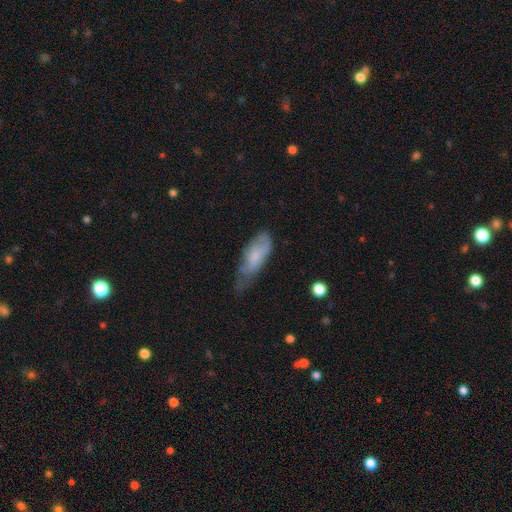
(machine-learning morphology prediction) This is likely a smooth galaxy (65%). How rounded: likely in between (71%). Merging: marginally minor disturbance (44%).